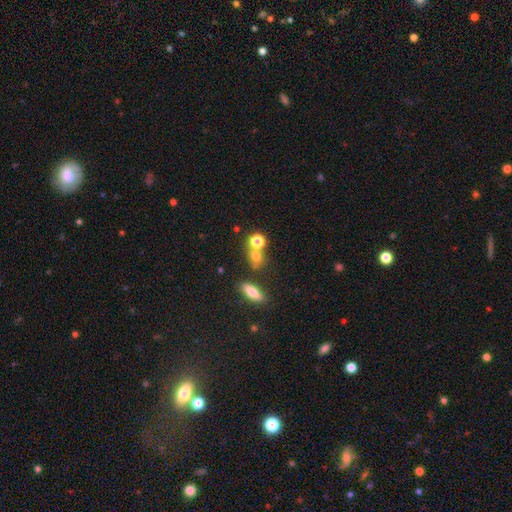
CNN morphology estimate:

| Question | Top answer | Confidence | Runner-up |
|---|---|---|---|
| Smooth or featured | smooth | 72% | star or artifact (17%) |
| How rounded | round | 73% | in between (23%) |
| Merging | none | 51% | merger (34%) |